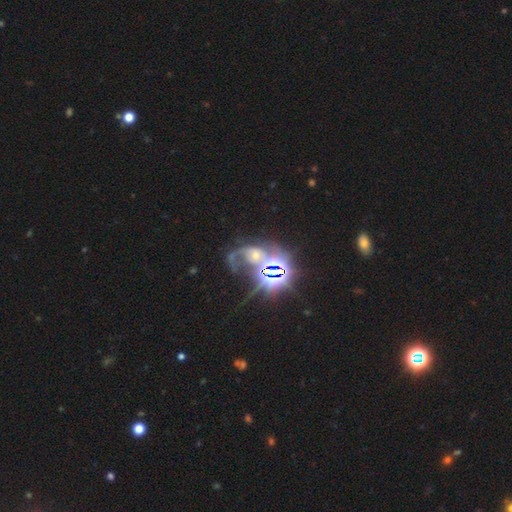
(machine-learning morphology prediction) Smooth or featured?
  - star or artifact: 49% *
  - featured or disk: 38%
  - smooth: 13%